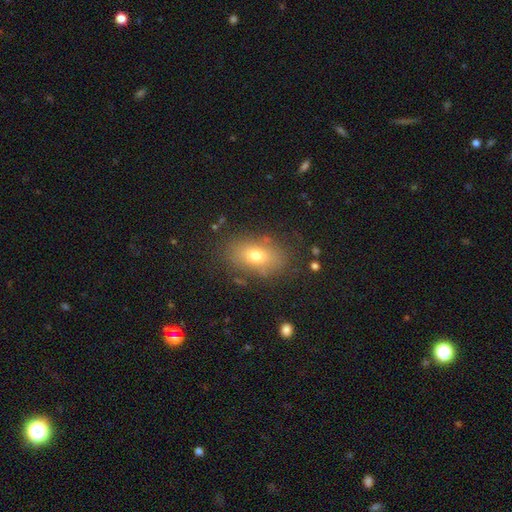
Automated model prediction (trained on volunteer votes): A smooth galaxy with no disk features (72%) that is in between round and cigar-shaped (83%). Merging: none (78%).